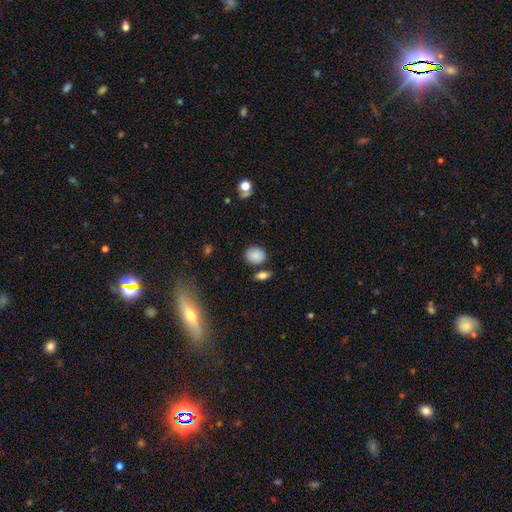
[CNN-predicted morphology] Overall: smooth (85%). How rounded: round (66%; in between 33%). Merging: none (75%).